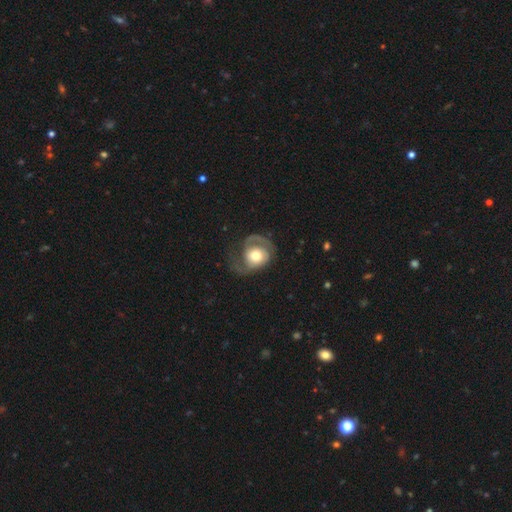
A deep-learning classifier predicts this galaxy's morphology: Smooth or featured: featured or disk — 67% (smooth — 27%)
Edge-on disk: no — 97% (yes — 3%)
Bar: no — 74% (weak — 20%)
Spiral arms: yes — 86% (no — 14%)
Spiral winding: medium — 42% (loose — 29%)
Spiral arm count: 2 — 61% (1 — 29%)
Bulge size: moderate — 59% (large — 27%)
Merging: none — 47% (major disturbance — 30%)